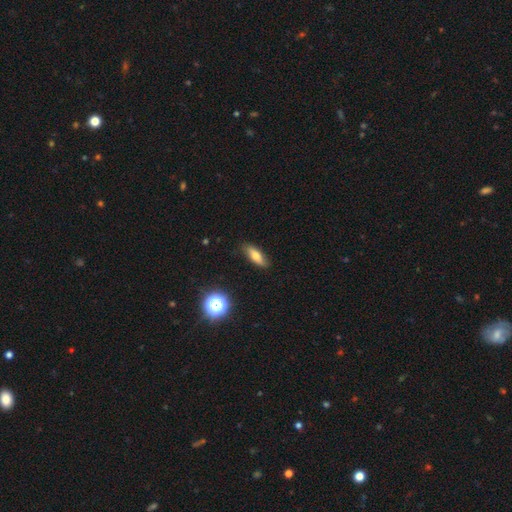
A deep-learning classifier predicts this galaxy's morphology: This is likely a smooth galaxy (67%). How rounded: possibly in between (59%). Merging: clearly none (84%).